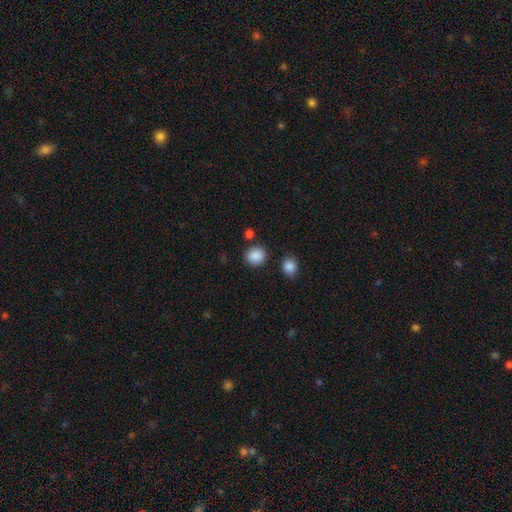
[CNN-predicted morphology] smooth-or-featured: smooth: 88% | star or artifact: 9% | featured or disk: 3%
  how-rounded: round: 82% | in between: 17% | cigar-shaped: 1%
  merging: none: 85% | minor disturbance: 8% | merger: 4% | major disturbance: 3%